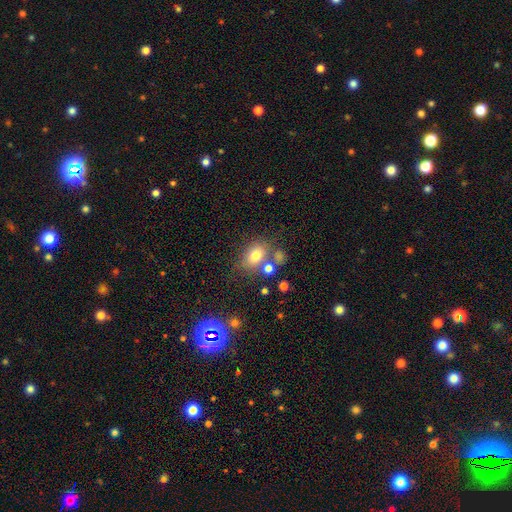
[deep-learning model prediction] smooth_or_featured: smooth (p=0.73) [alt: featured or disk p=0.14]
how_rounded: in between (p=0.66) [alt: round p=0.32]
merging: none (p=0.60) [alt: merger p=0.19]